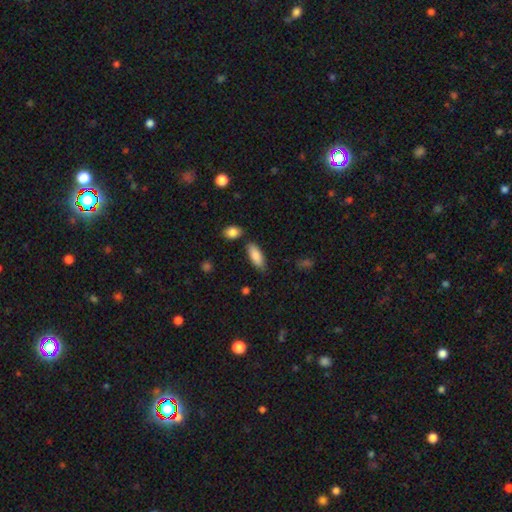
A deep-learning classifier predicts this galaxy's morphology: Smooth or featured: smooth — 85% (featured or disk — 9%)
How rounded: in between — 75% (cigar-shaped — 23%)
Merging: none — 78% (minor disturbance — 14%)